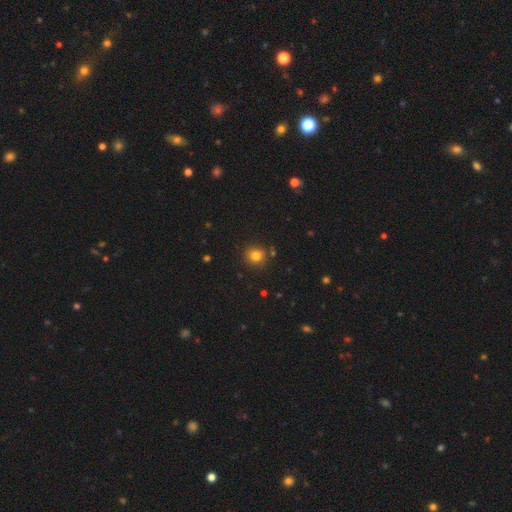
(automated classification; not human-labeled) Morphology: type=smooth (80%); roundness=round (87%); merging=none (86%).